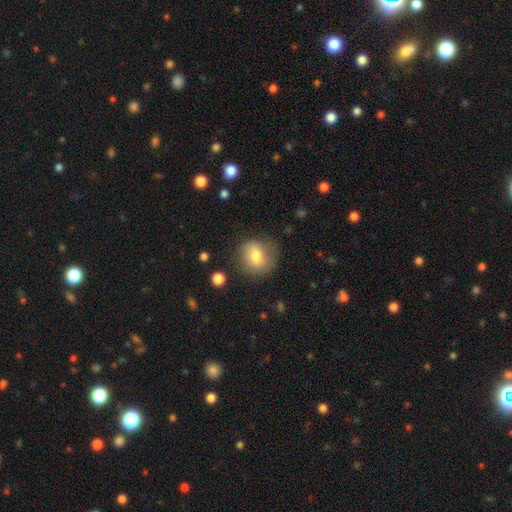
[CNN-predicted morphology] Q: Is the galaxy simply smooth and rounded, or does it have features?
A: smooth — 73%.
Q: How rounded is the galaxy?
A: round — 77%.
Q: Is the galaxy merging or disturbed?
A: none — 70%.